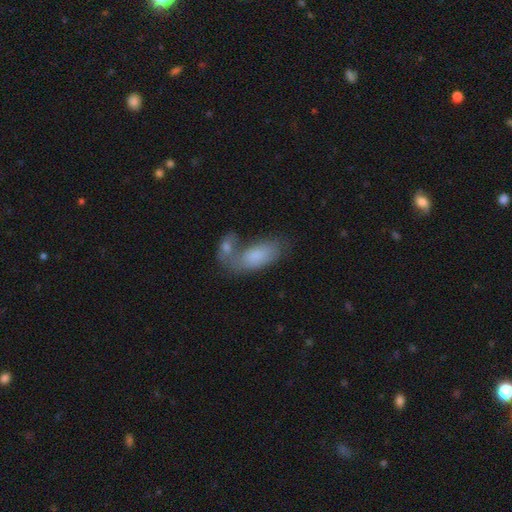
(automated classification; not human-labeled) Q: Smooth or featured?
A: smooth (76%); runner-up: featured or disk (17%)
Q: How rounded?
A: in between (87%); runner-up: cigar-shaped (10%)
Q: Merging?
A: merger (47%); runner-up: none (30%)